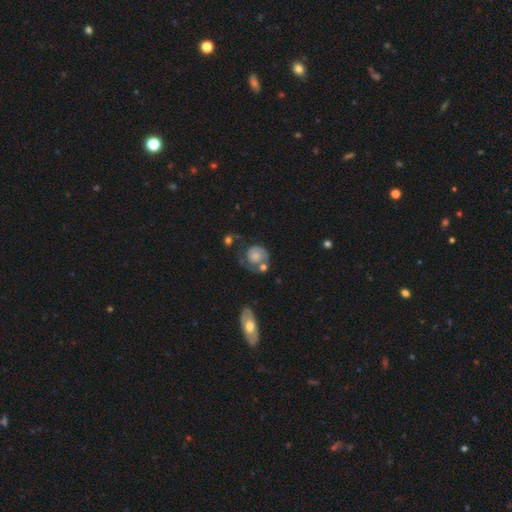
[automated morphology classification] This is possibly a featured or disk galaxy (52%). It is clearly not viewed edge-on (97%). Bar: clearly no (81%). Spiral arm pattern: likely yes (77%). Central bulge: marginally small (41%). Merging: marginally none (41%).